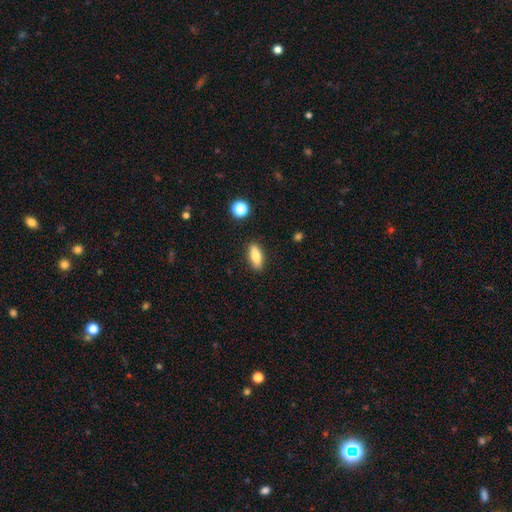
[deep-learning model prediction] Morphology: type=smooth (74%); roundness=in between (68%); merging=none (88%).